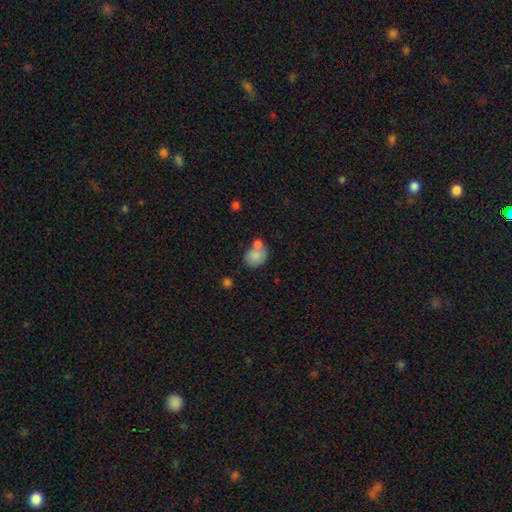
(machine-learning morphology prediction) smooth-or-featured: smooth: 81% | featured or disk: 11% | star or artifact: 8%
  how-rounded: round: 60% | in between: 39% | cigar-shaped: 1%
  merging: none: 45% | merger: 35% | minor disturbance: 14% | major disturbance: 5%